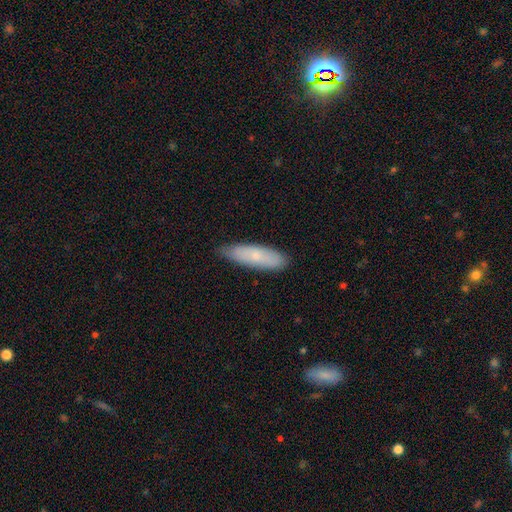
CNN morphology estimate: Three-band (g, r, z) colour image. It shows a smooth galaxy with no disk features (71%) that is cigar-shaped (55%). Merging: none (79%).